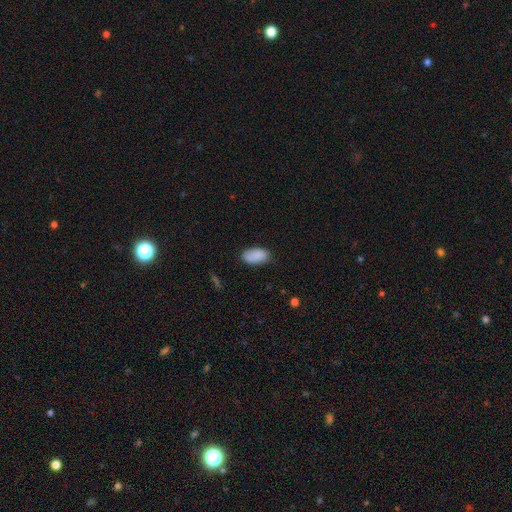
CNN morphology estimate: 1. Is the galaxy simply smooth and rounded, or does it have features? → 88% smooth, 7% star or artifact, 5% featured or disk.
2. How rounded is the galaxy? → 94% in between, 4% round, 2% cigar-shaped.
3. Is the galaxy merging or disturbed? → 80% none, 16% minor disturbance, 3% major disturbance, 1% merger.